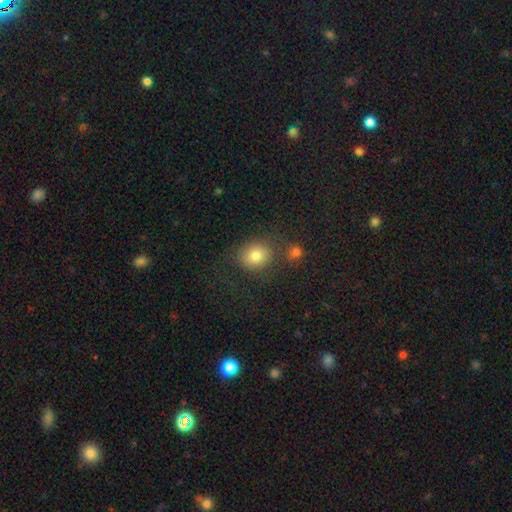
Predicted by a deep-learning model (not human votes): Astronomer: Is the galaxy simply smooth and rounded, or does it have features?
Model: smooth — 81%.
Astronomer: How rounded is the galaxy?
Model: round — 60% (runner-up: in between, 39%).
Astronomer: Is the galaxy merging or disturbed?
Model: none — 68%.